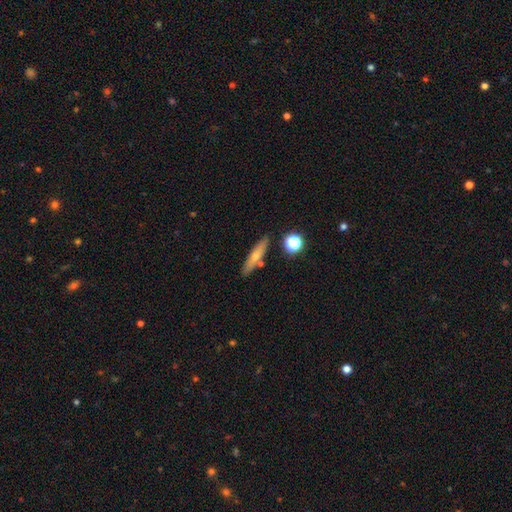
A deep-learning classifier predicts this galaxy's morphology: Smooth or featured: smooth — 61% (featured or disk — 31%)
How rounded: cigar-shaped — 80% (in between — 17%)
Merging: none — 80% (minor disturbance — 11%)